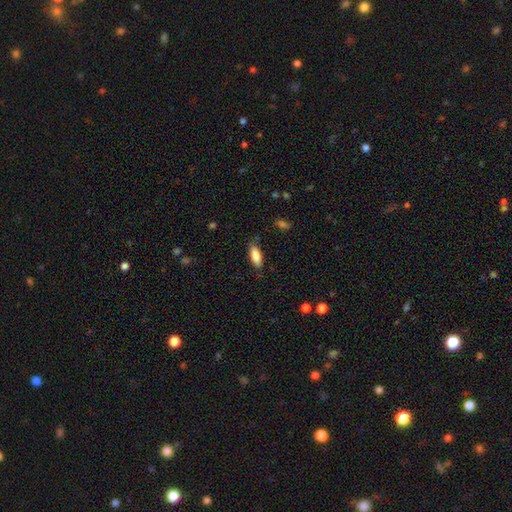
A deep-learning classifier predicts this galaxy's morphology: Smooth or featured: smooth — 86% (featured or disk — 8%)
How rounded: in between — 70% (cigar-shaped — 28%)
Merging: none — 83% (minor disturbance — 13%)